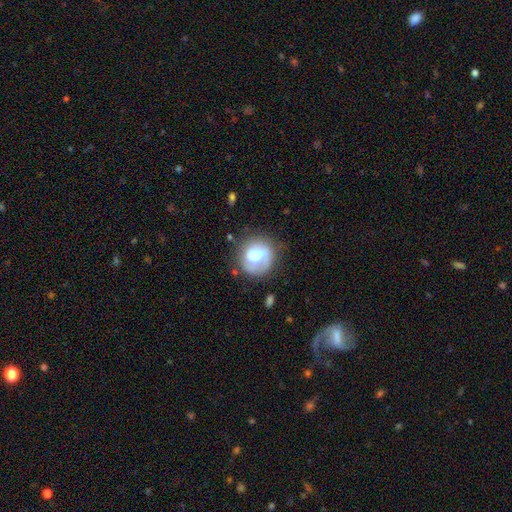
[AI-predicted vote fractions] Smooth or featured? featured or disk (57%)
Edge-on disk? no (98%)
Bar? no (54%)
Spiral arms? yes (82%)
Bulge size? large (43%)
Merging? none (68%)